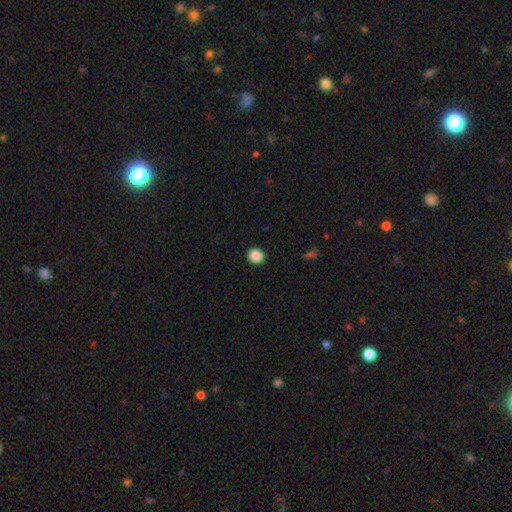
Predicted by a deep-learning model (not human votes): Smooth or featured: smooth — 88% (star or artifact — 10%)
How rounded: round — 93% (in between — 6%)
Merging: none — 93% (minor disturbance — 4%)